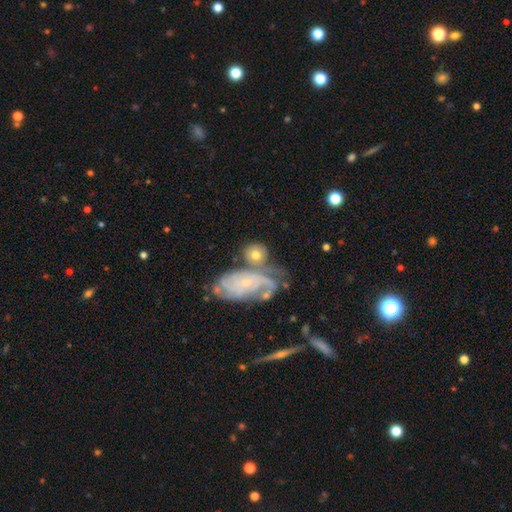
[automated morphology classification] This is possibly a featured or disk galaxy (55%). It is clearly not viewed edge-on (93%). Bar: likely no (69%). Spiral arm pattern: clearly yes (86%). Central bulge: likely small (73%). Merging: possibly none (49%).